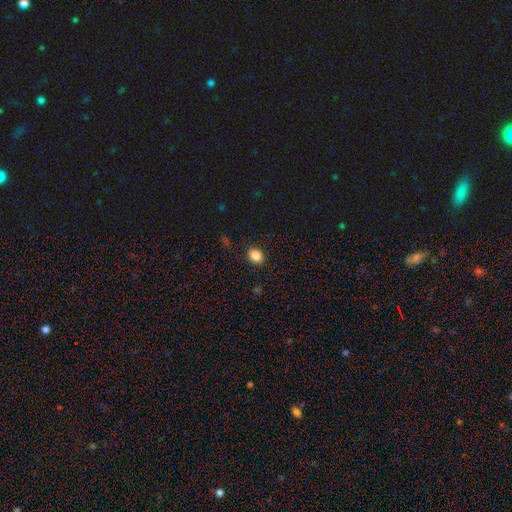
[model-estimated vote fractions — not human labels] A smooth galaxy with no disk features (86%) that is round (64%). Merging: none (90%).